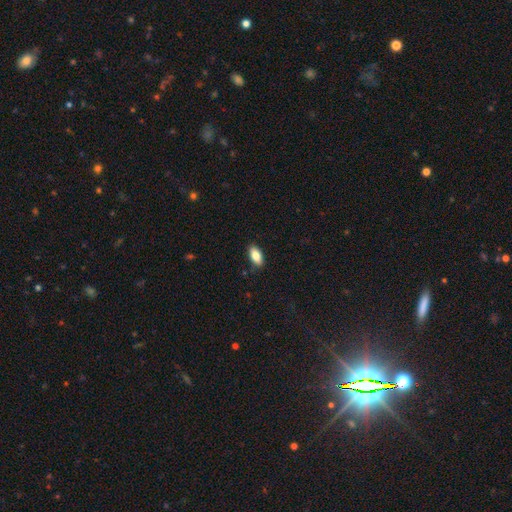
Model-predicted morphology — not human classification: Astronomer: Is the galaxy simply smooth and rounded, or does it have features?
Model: smooth — 82%.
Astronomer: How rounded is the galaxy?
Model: in between — 89%.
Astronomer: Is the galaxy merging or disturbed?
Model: none — 87%.